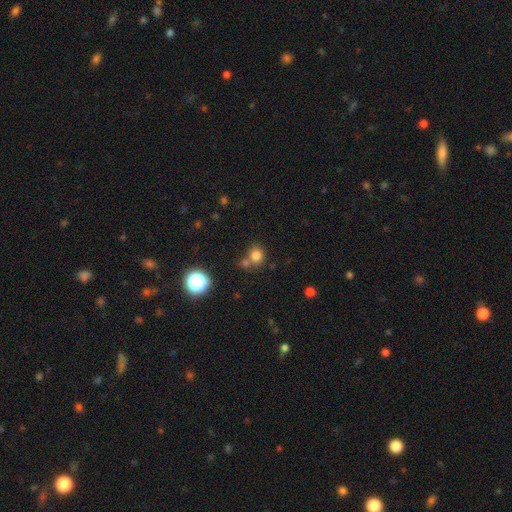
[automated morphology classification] Smooth or featured? smooth (78%)
How rounded? round (83%)
Merging? none (61%)